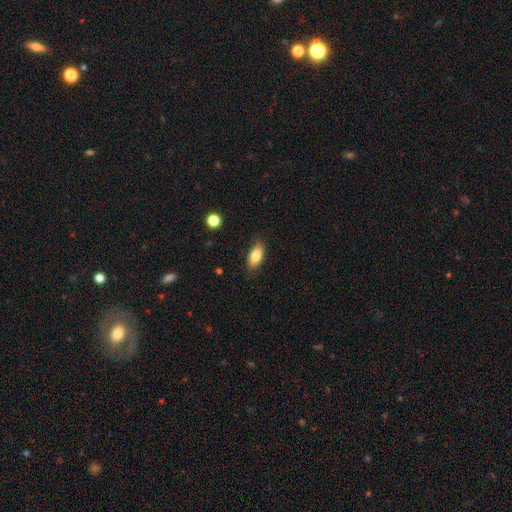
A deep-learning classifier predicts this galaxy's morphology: Smooth or featured? Predicted: smooth (p=0.82). How rounded? Predicted: in between (p=0.86). Merging? Predicted: none (p=0.84).